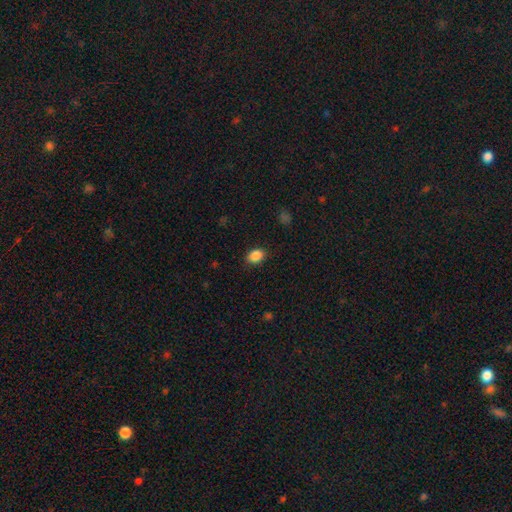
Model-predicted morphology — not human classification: The model was most divided on "how rounded": in between: 68%, round: 31%, cigar-shaped: 1%. More confident: smooth or featured — smooth (88%); merging — none (85%).